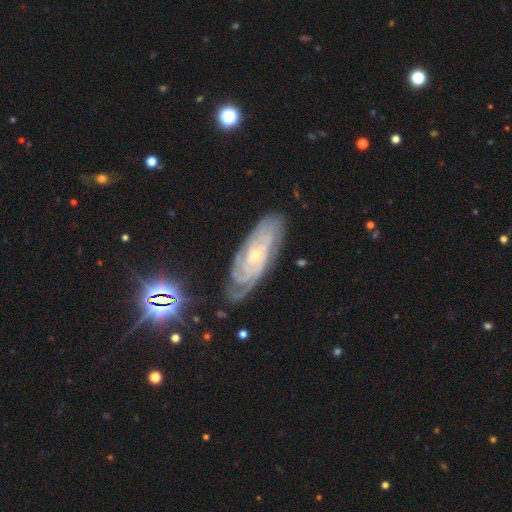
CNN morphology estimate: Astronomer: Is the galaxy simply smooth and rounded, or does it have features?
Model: featured or disk — 84%.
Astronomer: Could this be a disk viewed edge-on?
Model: no — 90%.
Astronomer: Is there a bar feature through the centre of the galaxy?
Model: no — 69%.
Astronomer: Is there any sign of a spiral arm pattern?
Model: yes — 97%.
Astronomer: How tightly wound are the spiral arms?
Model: tight — 76%.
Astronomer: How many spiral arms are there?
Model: can't tell — 33% (runner-up: 4, 21%).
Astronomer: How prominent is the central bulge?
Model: small — 75%.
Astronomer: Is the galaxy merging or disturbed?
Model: none — 73%.